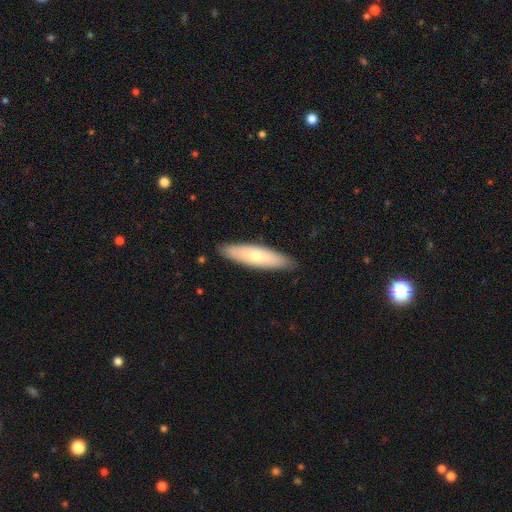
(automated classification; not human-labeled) This is likely a smooth galaxy (65%). How rounded: likely cigar-shaped (72%). Merging: clearly none (89%).